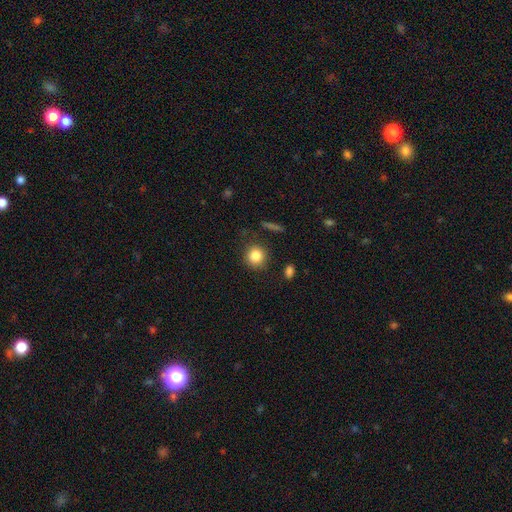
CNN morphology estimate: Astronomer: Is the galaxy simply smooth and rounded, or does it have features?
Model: smooth — 84%.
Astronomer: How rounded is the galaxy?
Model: round — 88%.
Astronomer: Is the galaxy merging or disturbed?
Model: none — 85%.